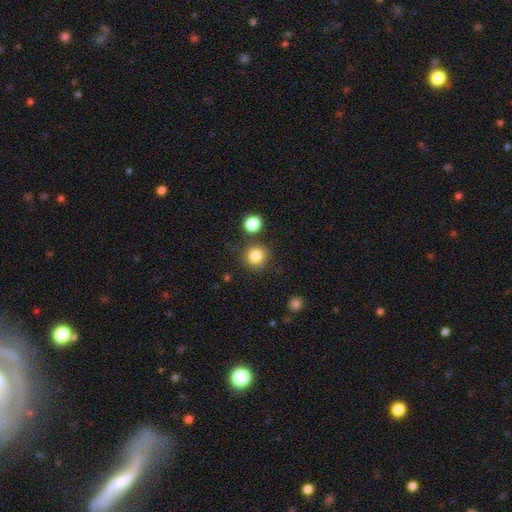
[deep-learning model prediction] Overall: smooth (83%). How rounded: round (91%). Merging: none (83%).